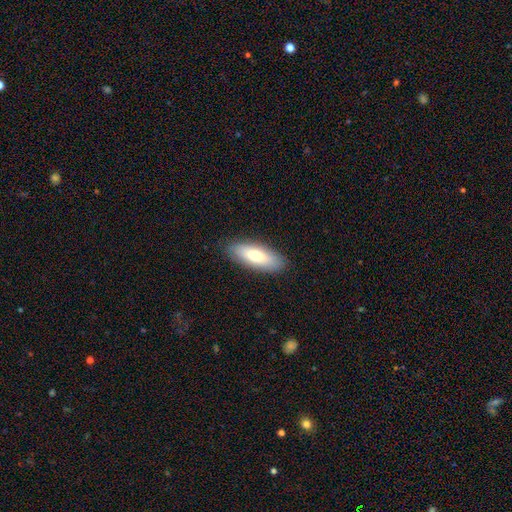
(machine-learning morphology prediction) smooth-or-featured: smooth: 71% | featured or disk: 23% | star or artifact: 6%
  how-rounded: in between: 70% | cigar-shaped: 28% | round: 2%
  merging: none: 88% | minor disturbance: 9% | major disturbance: 2% | merger: 1%